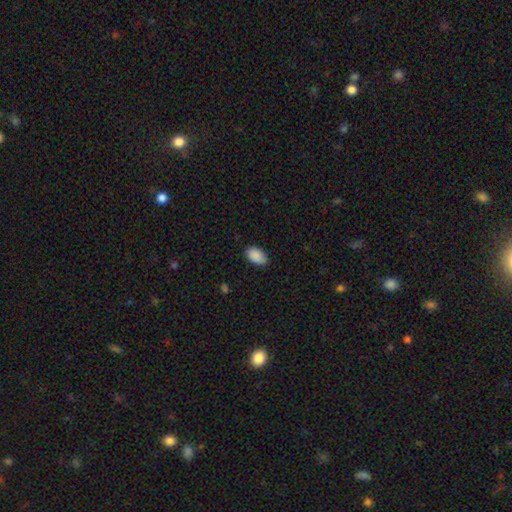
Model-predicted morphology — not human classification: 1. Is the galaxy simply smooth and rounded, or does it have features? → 89% smooth, 7% star or artifact, 4% featured or disk.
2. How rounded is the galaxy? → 92% in between, 6% round, 1% cigar-shaped.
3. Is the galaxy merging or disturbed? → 80% none, 16% minor disturbance, 3% major disturbance, 1% merger.